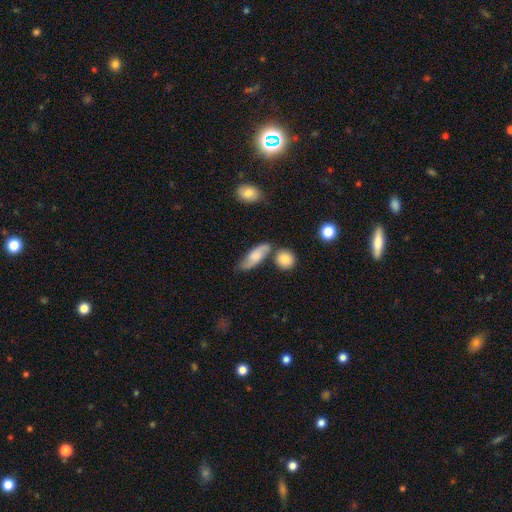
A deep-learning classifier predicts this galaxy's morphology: smooth_or_featured: smooth (p=0.59) [alt: featured or disk p=0.34]
how_rounded: in between (p=0.63) [alt: cigar-shaped p=0.31]
merging: none (p=0.60) [alt: minor disturbance p=0.19]